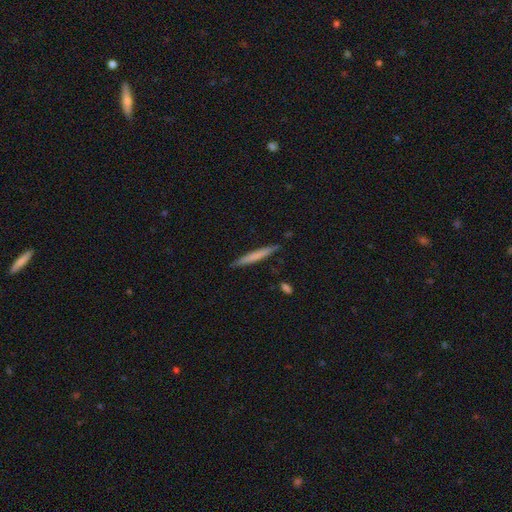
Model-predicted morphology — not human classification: Smooth or featured? smooth (63%)
How rounded? cigar-shaped (96%)
Merging? none (89%)